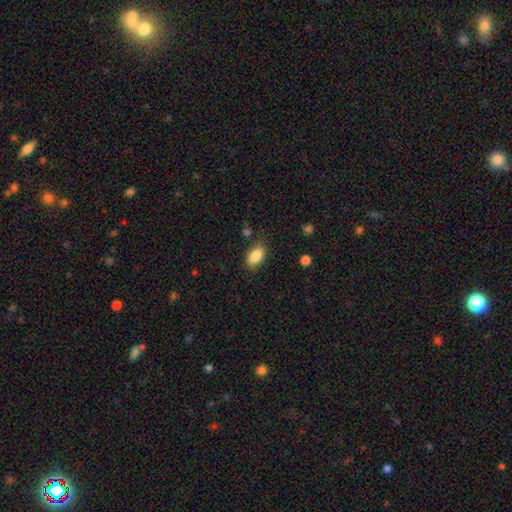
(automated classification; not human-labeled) Smooth or featured: smooth — 86% (star or artifact — 8%)
How rounded: in between — 90% (round — 8%)
Merging: none — 81% (minor disturbance — 13%)